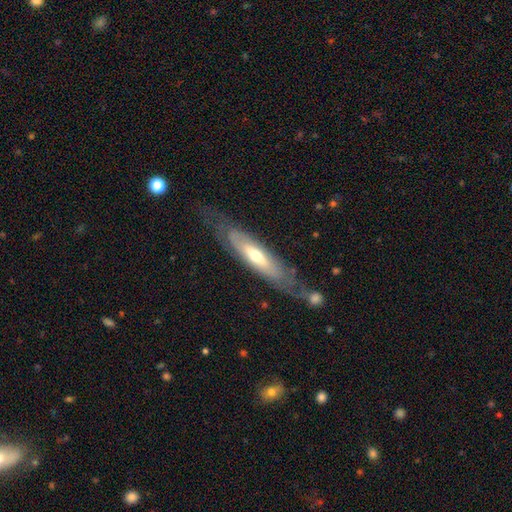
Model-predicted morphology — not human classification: Smooth or featured? Predicted: featured or disk (p=0.64). Edge-on disk? Predicted: no (p=0.57). Merging? Predicted: none (p=0.63).